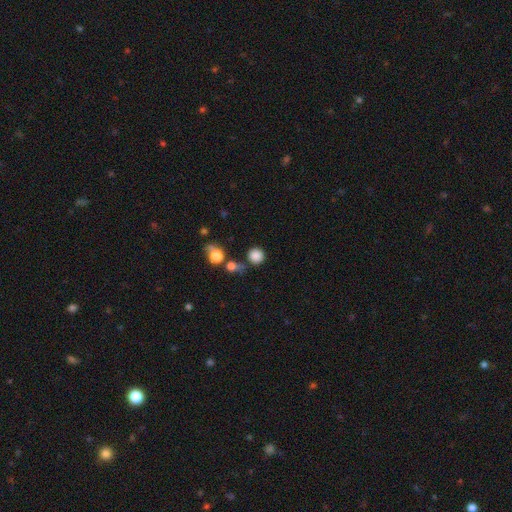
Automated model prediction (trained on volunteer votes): A smooth galaxy with no disk features (82%) that is round (91%). Merging: none (69%).